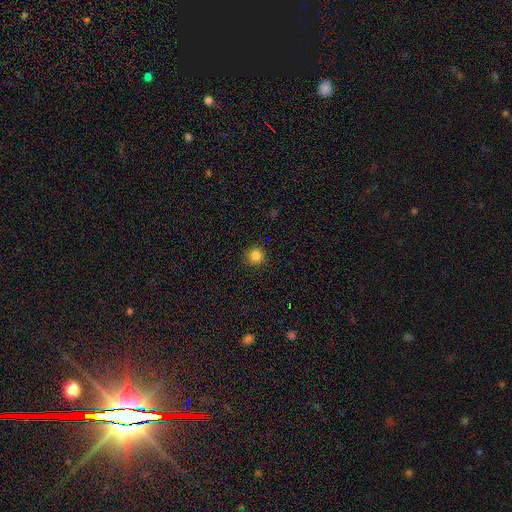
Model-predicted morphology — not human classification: This is clearly a smooth galaxy (84%). How rounded: clearly round (93%). Merging: clearly none (89%).